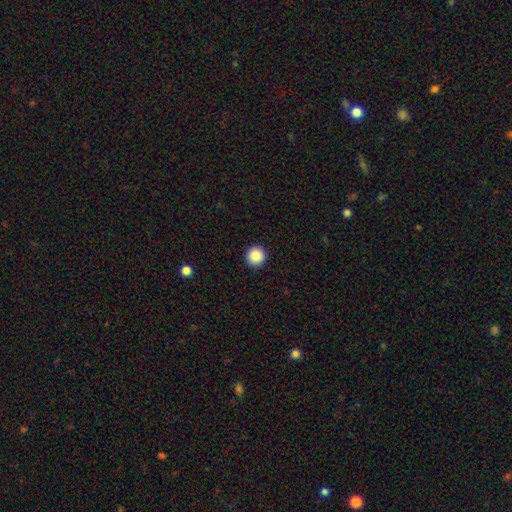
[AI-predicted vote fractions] Smooth or featured? smooth (89%)
How rounded? round (96%)
Merging? none (93%)